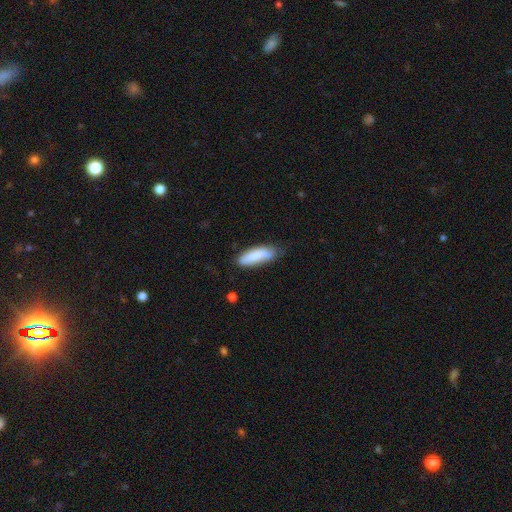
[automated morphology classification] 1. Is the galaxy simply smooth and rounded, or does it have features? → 80% smooth, 14% featured or disk, 6% star or artifact.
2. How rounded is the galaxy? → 55% in between, 43% cigar-shaped, 2% round.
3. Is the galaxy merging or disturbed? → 62% none, 29% minor disturbance, 6% major disturbance, 2% merger.